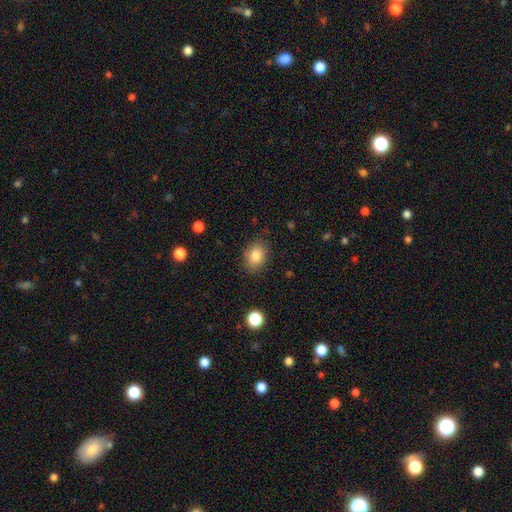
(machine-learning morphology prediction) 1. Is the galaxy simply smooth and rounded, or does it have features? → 85% smooth, 9% star or artifact, 6% featured or disk.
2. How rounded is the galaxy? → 62% in between, 36% round, 1% cigar-shaped.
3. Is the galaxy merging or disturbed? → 84% none, 11% minor disturbance, 3% major disturbance, 1% merger.